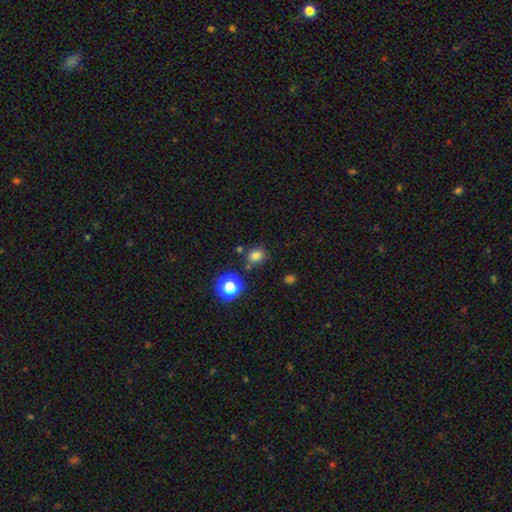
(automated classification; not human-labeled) Q: Smooth or featured?
A: smooth (77%); runner-up: star or artifact (17%)
Q: How rounded?
A: round (56%); runner-up: in between (43%)
Q: Merging?
A: none (78%); runner-up: minor disturbance (12%)